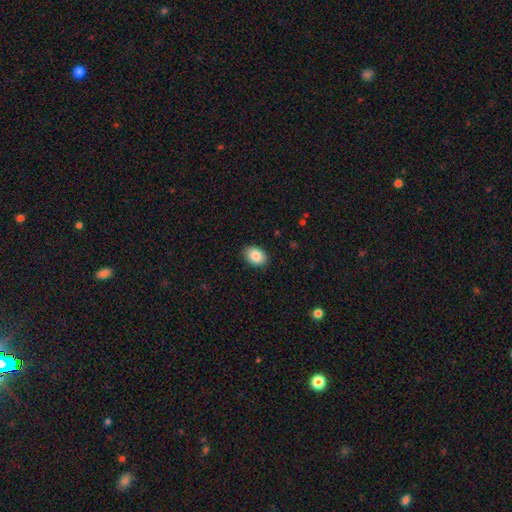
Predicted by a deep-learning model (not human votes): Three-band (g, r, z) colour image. It shows a smooth galaxy with no disk features (88%) that is in between round and cigar-shaped (75%). Merging: none (88%).